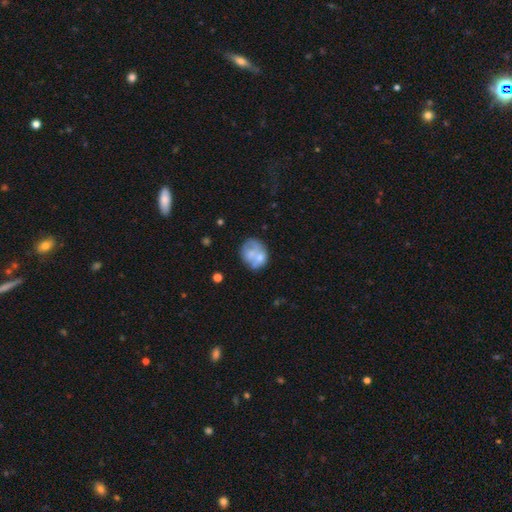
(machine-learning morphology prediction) A smooth galaxy with no disk features (50%). Merging: none (39%).